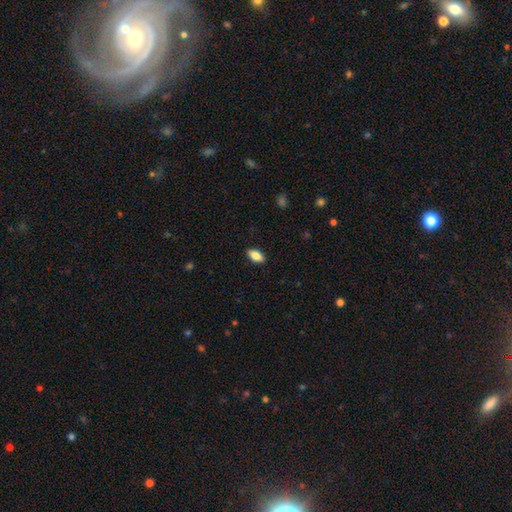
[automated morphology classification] Smooth or featured?
  - smooth: 83% *
  - featured or disk: 10%
  - star or artifact: 7%
How rounded?
  - in between: 90% *
  - cigar-shaped: 7%
  - round: 3%
Merging?
  - none: 89% *
  - minor disturbance: 8%
  - major disturbance: 2%
  - merger: 1%